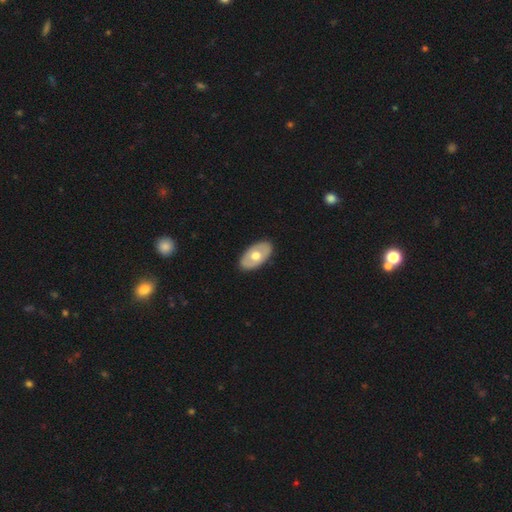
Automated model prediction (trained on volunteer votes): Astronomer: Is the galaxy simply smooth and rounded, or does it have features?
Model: smooth — 51% (runner-up: featured or disk, 44%).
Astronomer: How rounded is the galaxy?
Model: in between — 92%.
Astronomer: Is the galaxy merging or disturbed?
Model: none — 88%.